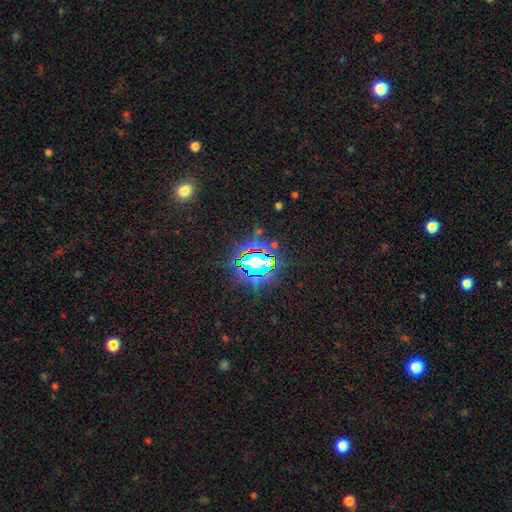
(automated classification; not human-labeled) A star or artifact, not a galaxy (78%).

Vote fractions:
- Smooth or featured? star or artifact: 78% / smooth: 14% / featured or disk: 8%